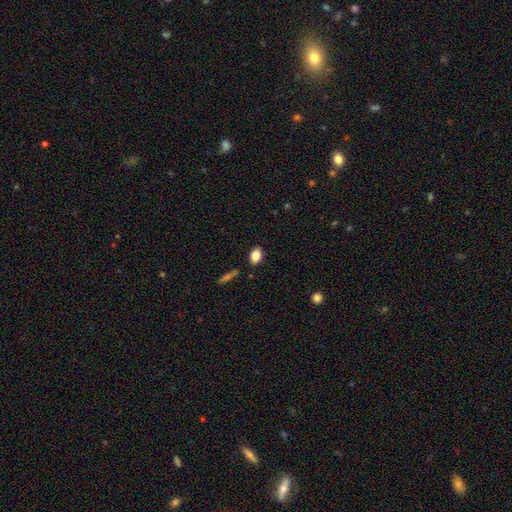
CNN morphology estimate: The model was most divided on "smooth or featured": smooth: 83%, featured or disk: 9%, star or artifact: 8%. More confident: how rounded — in between (87%); merging — none (86%).